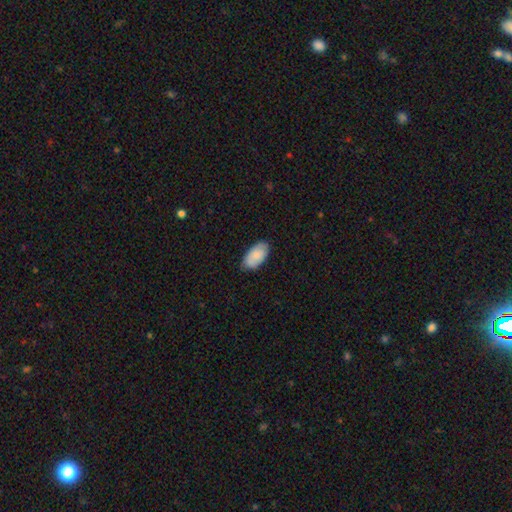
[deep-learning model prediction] Overall: smooth (85%). How rounded: in between (95%). Merging: none (78%).